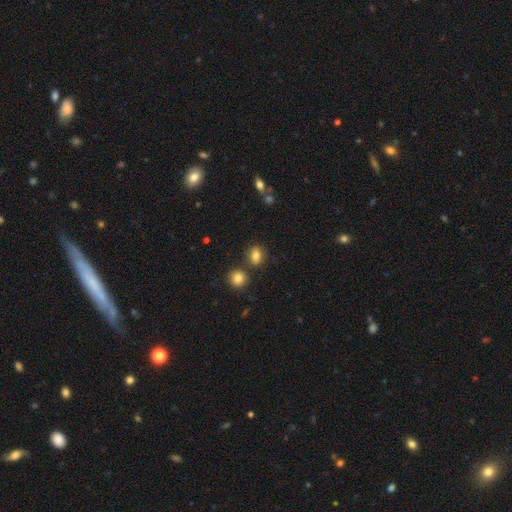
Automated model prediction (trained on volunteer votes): smooth_or_featured: smooth (p=0.81) [alt: star or artifact p=0.11]
how_rounded: in between (p=0.62) [alt: round p=0.36]
merging: none (p=0.75) [alt: minor disturbance p=0.11]